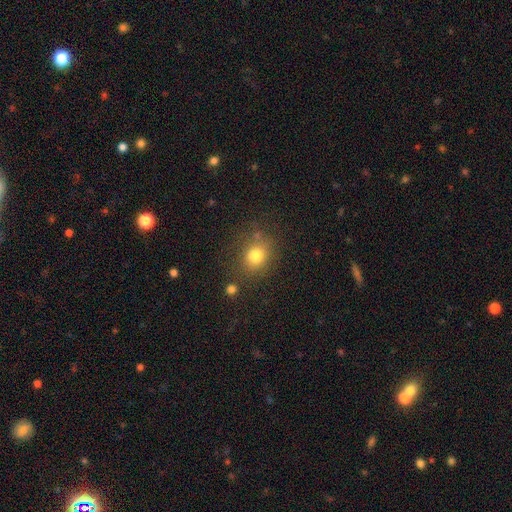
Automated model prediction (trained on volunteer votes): A smooth galaxy with no disk features (79%) that is round (67%).

Vote fractions:
- Smooth or featured? smooth: 79% / star or artifact: 13% / featured or disk: 8%
- How rounded? round: 67% / in between: 32% / cigar-shaped: 1%
- Merging? none: 75% / minor disturbance: 14% / merger: 6% / major disturbance: 6%